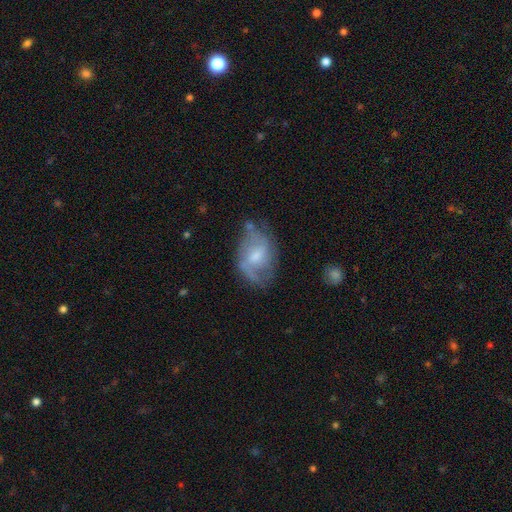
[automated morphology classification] Smooth or featured? featured or disk (61%)
Edge-on disk? no (96%)
Bar? weak (54%)
Spiral arms? yes (79%)
Bulge size? moderate (53%)
Merging? none (55%)